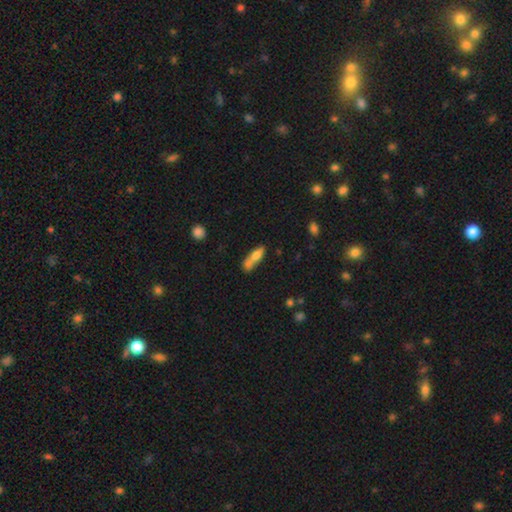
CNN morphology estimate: A smooth galaxy with no disk features (70%) that is in between round and cigar-shaped (55%).

Vote fractions:
- Smooth or featured? smooth: 70% / featured or disk: 22% / star or artifact: 8%
- How rounded? in between: 55% / cigar-shaped: 40% / round: 4%
- Merging? merger: 50% / none: 31% / minor disturbance: 13% / major disturbance: 7%